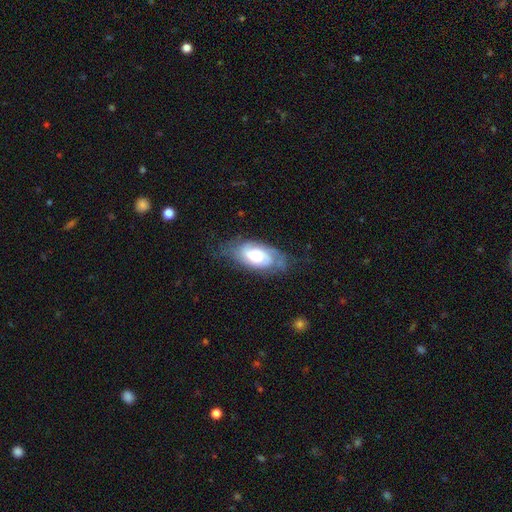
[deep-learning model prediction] Smooth or featured?
  - featured or disk: 67% *
  - smooth: 26%
  - star or artifact: 6%
Edge-on disk?
  - no: 93% *
  - yes: 7%
Bar?
  - no: 64% *
  - weak: 30%
  - strong: 7%
Spiral arms?
  - yes: 89% *
  - no: 11%
Spiral winding?
  - tight: 47% *
  - medium: 38%
  - loose: 15%
Spiral arm count?
  - 2: 54% *
  - can't tell: 26%
  - 1: 8%
  - 3: 8%
  - 4: 2%
  - more than 4: 2%
Bulge size?
  - moderate: 57% *
  - large: 25%
  - small: 14%
  - dominant: 3%
  - none: 2%
Merging?
  - none: 60% *
  - minor disturbance: 27%
  - major disturbance: 12%
  - merger: 2%